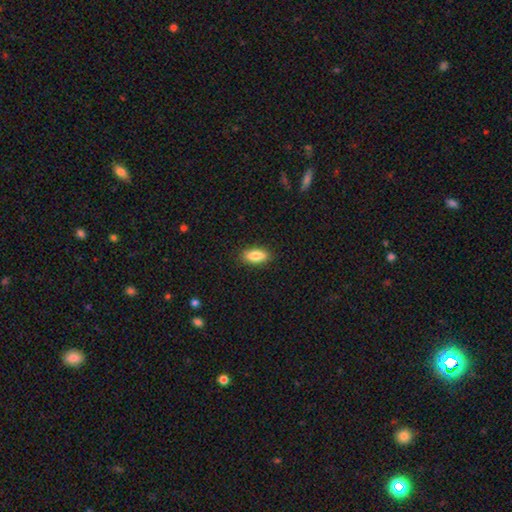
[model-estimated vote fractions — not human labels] This is clearly a smooth galaxy (85%). How rounded: clearly in between (83%). Merging: clearly none (88%).